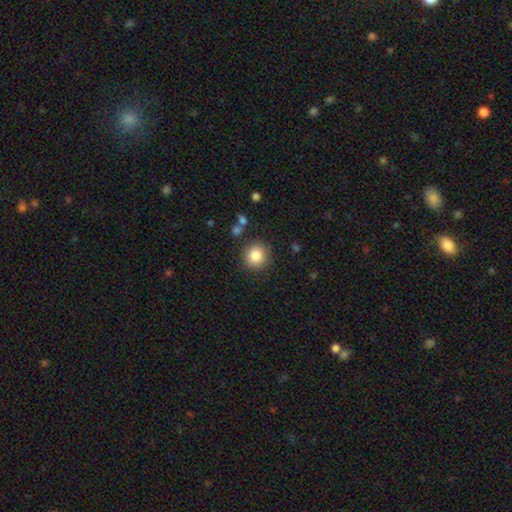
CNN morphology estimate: Overall: smooth (84%). How rounded: round (91%). Merging: none (87%).